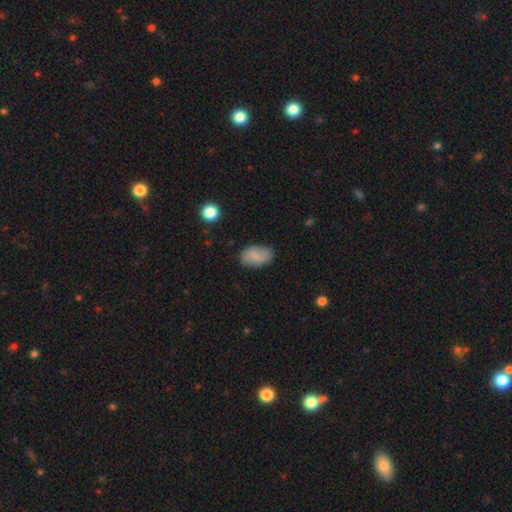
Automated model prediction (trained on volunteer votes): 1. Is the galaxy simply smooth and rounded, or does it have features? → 75% smooth, 18% featured or disk, 7% star or artifact.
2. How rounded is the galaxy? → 92% in between, 7% round, 1% cigar-shaped.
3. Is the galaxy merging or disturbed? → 80% none, 15% minor disturbance, 3% major disturbance, 1% merger.